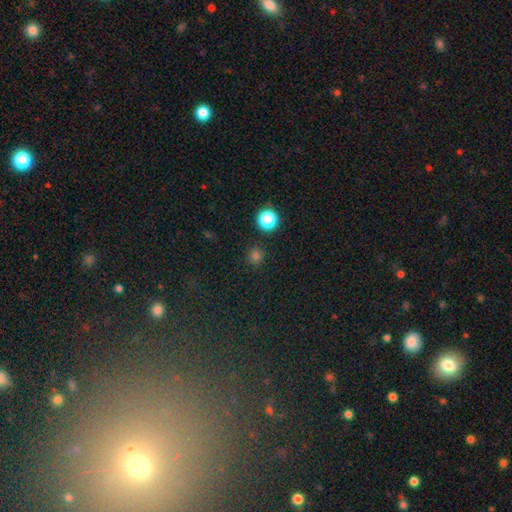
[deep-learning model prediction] smooth 74%, star or artifact 22%, featured or disk 4%. Down the decision tree: how rounded — round (93%); merging — none (89%).